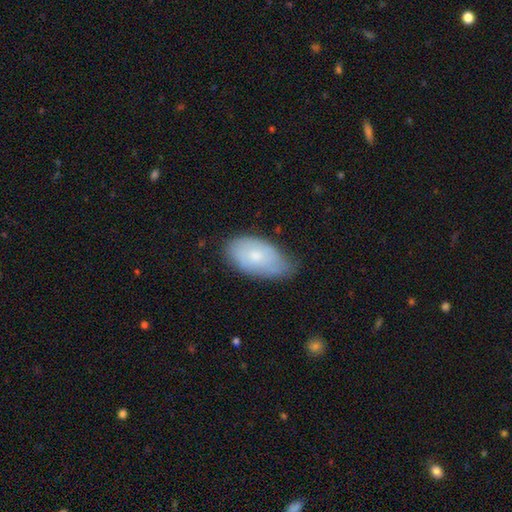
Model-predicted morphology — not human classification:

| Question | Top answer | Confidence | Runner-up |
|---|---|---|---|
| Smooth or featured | smooth | 65% | featured or disk (29%) |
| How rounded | in between | 94% | round (4%) |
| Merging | none | 59% | minor disturbance (33%) |